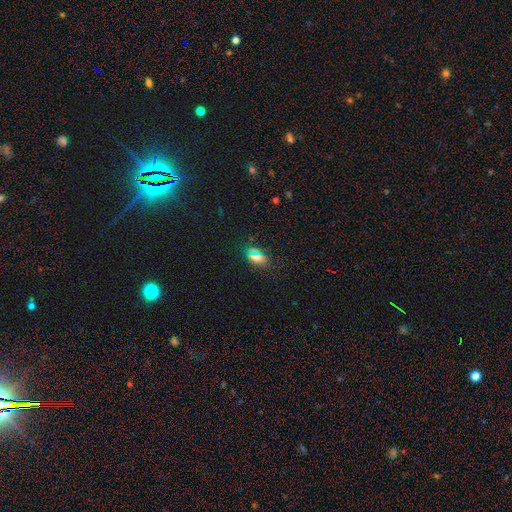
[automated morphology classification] The model was most divided on "smooth or featured": smooth: 58%, star or artifact: 32%, featured or disk: 10%. More confident: merging — none (80%); how rounded — in between (71%).